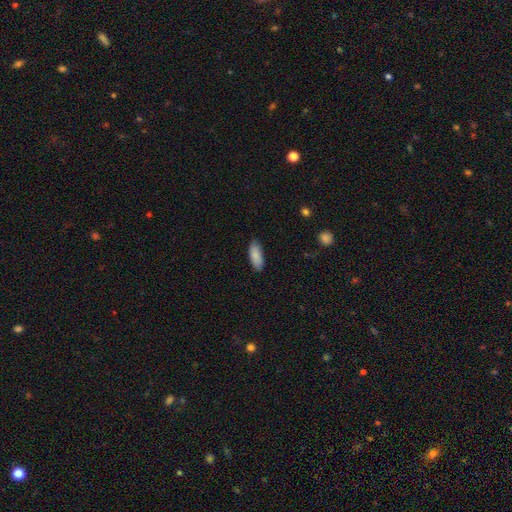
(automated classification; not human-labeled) A smooth galaxy with no disk features (88%) that is in between round and cigar-shaped (77%). Merging: none (84%).